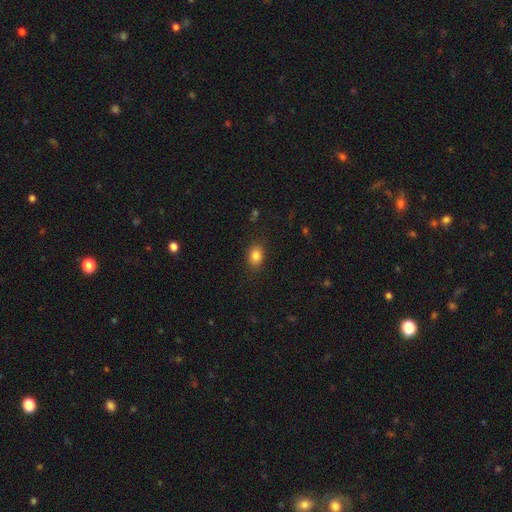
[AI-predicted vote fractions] smooth_or_featured: smooth (p=0.84) [alt: star or artifact p=0.10]
how_rounded: in between (p=0.70) [alt: round p=0.28]
merging: none (p=0.84) [alt: minor disturbance p=0.11]